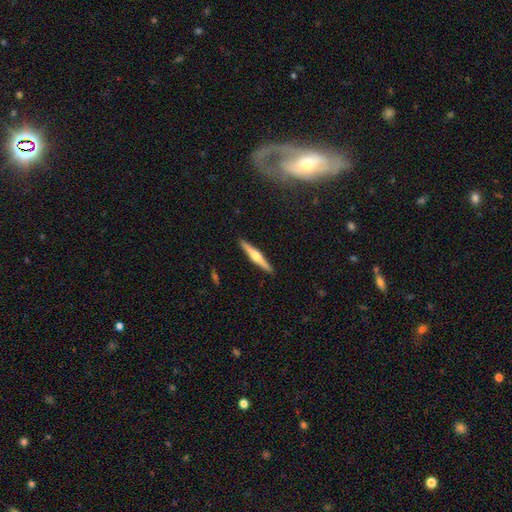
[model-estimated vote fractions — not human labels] Smooth or featured? featured or disk (67%)
Edge-on disk? yes (98%)
Edge-on bulge? rounded (89%)
Merging? none (92%)